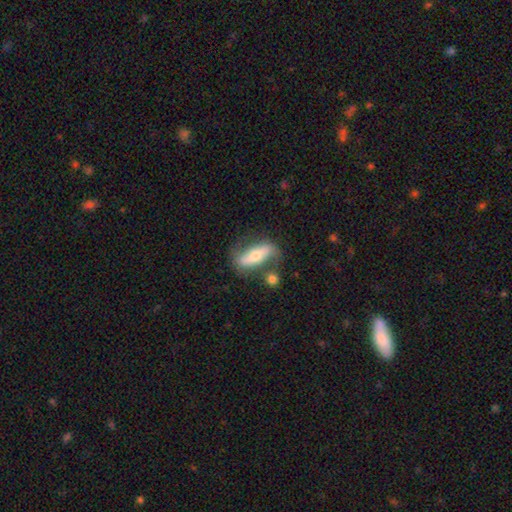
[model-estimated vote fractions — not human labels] Smooth or featured?
  - featured or disk: 58% *
  - smooth: 36%
  - star or artifact: 6%
Edge-on disk?
  - no: 69% *
  - yes: 31%
Merging?
  - none: 64% *
  - minor disturbance: 18%
  - merger: 10%
  - major disturbance: 8%